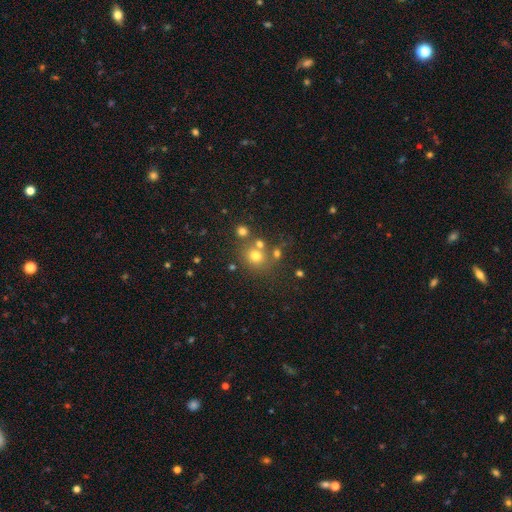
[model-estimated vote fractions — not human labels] smooth-or-featured: smooth: 69% | star or artifact: 20% | featured or disk: 12%
  how-rounded: round: 84% | in between: 15% | cigar-shaped: 1%
  merging: none: 63% | merger: 23% | minor disturbance: 10% | major disturbance: 5%